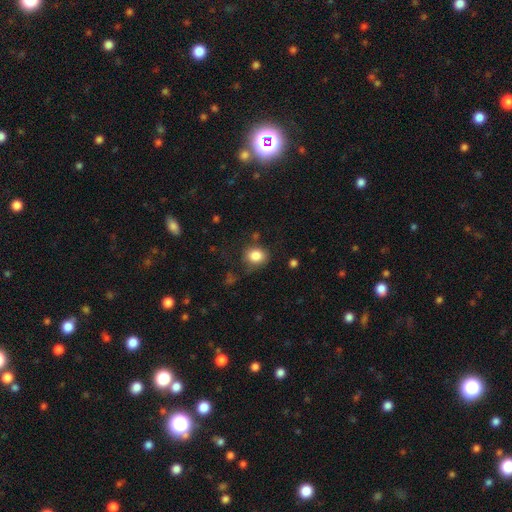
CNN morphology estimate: The model was most divided on "how rounded": round: 67%, in between: 32%, cigar-shaped: 1%. More confident: smooth or featured — smooth (85%); merging — none (71%).